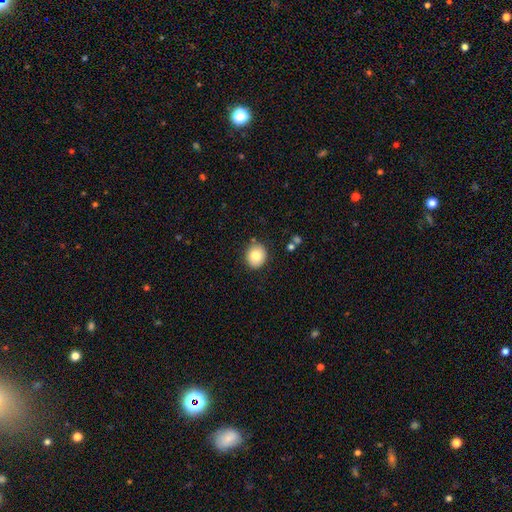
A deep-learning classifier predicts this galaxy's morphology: Q: Smooth or featured?
A: smooth (80%); runner-up: featured or disk (11%)
Q: How rounded?
A: round (76%); runner-up: in between (24%)
Q: Merging?
A: none (87%); runner-up: minor disturbance (9%)